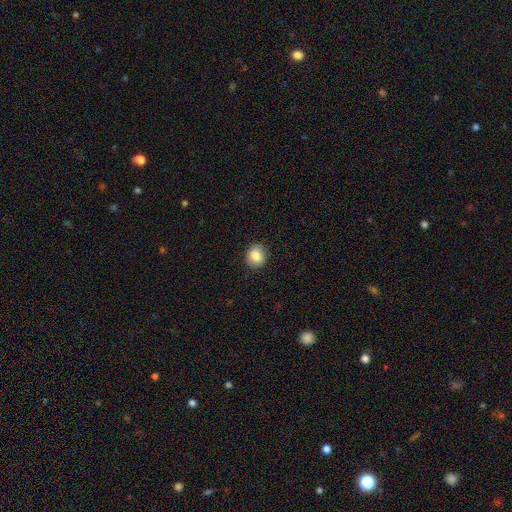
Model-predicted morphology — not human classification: Q: Smooth or featured?
A: smooth (85%); runner-up: star or artifact (9%)
Q: How rounded?
A: round (73%); runner-up: in between (26%)
Q: Merging?
A: none (89%); runner-up: minor disturbance (8%)